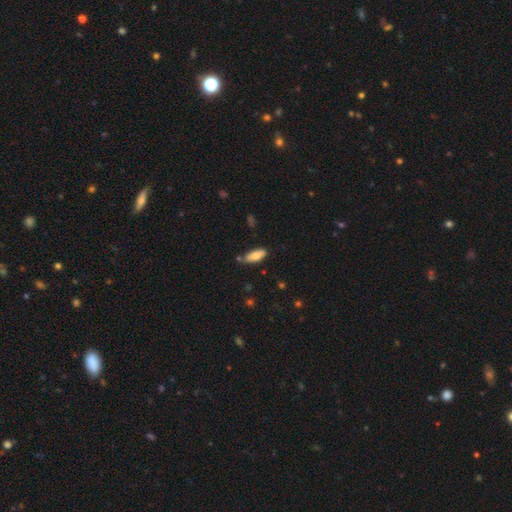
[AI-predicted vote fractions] The model was most divided on "how rounded": in between: 73%, cigar-shaped: 25%, round: 2%. More confident: smooth or featured — smooth (79%); merging — none (75%).